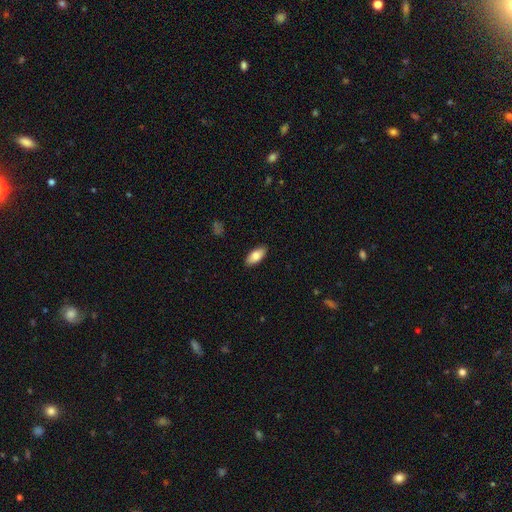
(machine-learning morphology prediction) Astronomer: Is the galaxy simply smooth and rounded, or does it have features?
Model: smooth — 80%.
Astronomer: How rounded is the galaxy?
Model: in between — 89%.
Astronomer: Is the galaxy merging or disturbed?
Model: none — 89%.